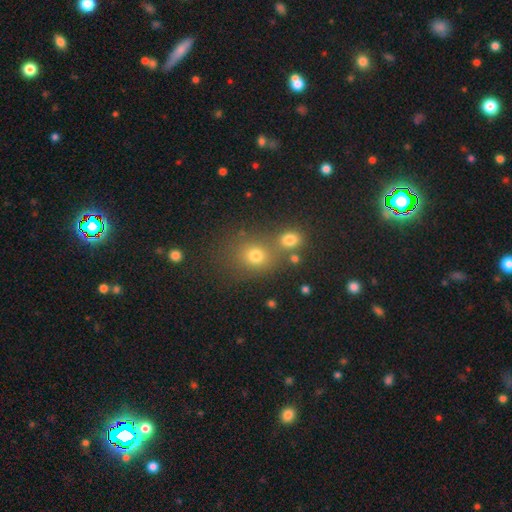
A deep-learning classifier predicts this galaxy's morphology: Q: Smooth or featured?
A: smooth (72%); runner-up: star or artifact (18%)
Q: How rounded?
A: round (69%); runner-up: in between (30%)
Q: Merging?
A: none (56%); runner-up: merger (29%)